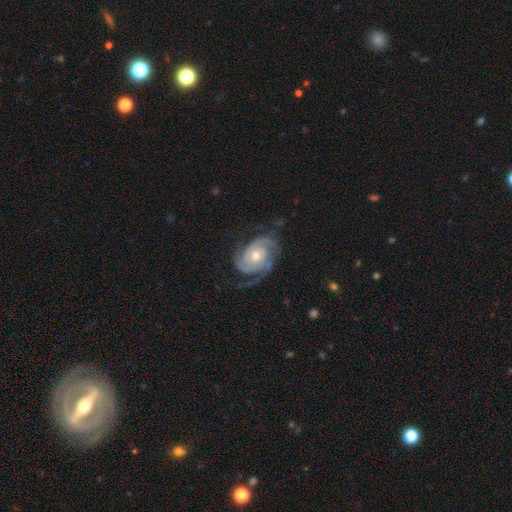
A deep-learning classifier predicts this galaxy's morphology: Q: Smooth or featured?
A: featured or disk (92%); runner-up: smooth (5%)
Q: Edge-on disk?
A: no (98%); runner-up: yes (2%)
Q: Bar?
A: no (73%); runner-up: weak (22%)
Q: Spiral arms?
A: yes (98%); runner-up: no (2%)
Q: Spiral winding?
A: tight (64%); runner-up: medium (30%)
Q: Spiral arm count?
A: 3 (40%); runner-up: 2 (36%)
Q: Bulge size?
A: moderate (67%); runner-up: small (28%)
Q: Merging?
A: none (71%); runner-up: minor disturbance (19%)